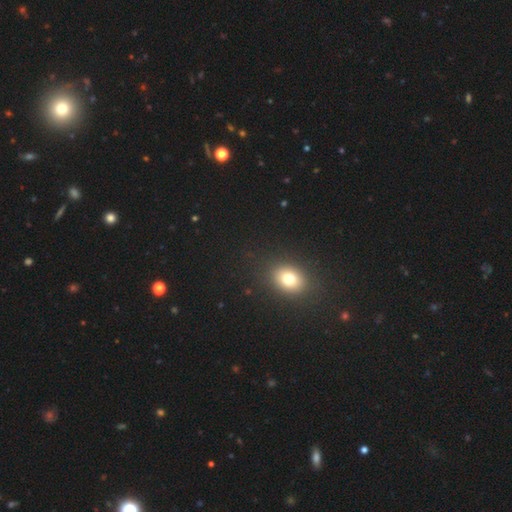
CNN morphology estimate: This is likely a smooth galaxy (64%). How rounded: possibly round (54%). Merging: clearly none (91%).